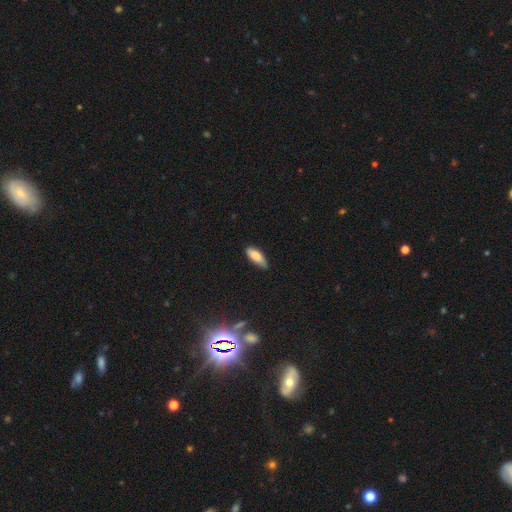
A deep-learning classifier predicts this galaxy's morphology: smooth_or_featured: smooth (p=0.82) [alt: featured or disk p=0.11]
how_rounded: in between (p=0.73) [alt: cigar-shaped p=0.25]
merging: none (p=0.69) [alt: minor disturbance p=0.26]